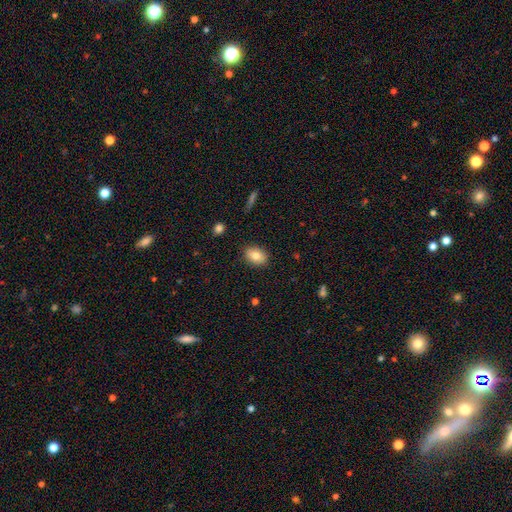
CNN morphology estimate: A smooth galaxy with no disk features (80%) that is in between round and cigar-shaped (75%). Merging: none (88%).